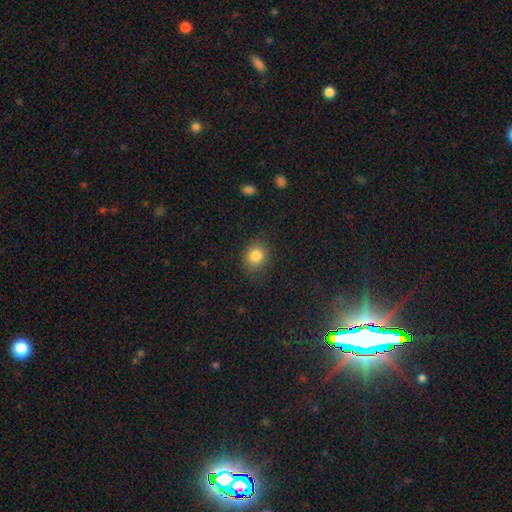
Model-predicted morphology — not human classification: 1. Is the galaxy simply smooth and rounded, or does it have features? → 83% smooth, 11% star or artifact, 6% featured or disk.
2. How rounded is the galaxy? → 67% round, 33% in between, 1% cigar-shaped.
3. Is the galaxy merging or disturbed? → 79% none, 15% minor disturbance, 5% major disturbance, 1% merger.